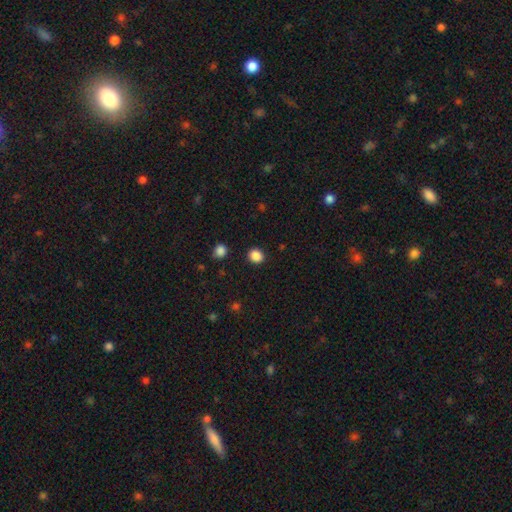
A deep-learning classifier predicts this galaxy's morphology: Smooth or featured? Predicted: smooth (p=0.87). How rounded? Predicted: round (p=0.75). Merging? Predicted: none (p=0.90).